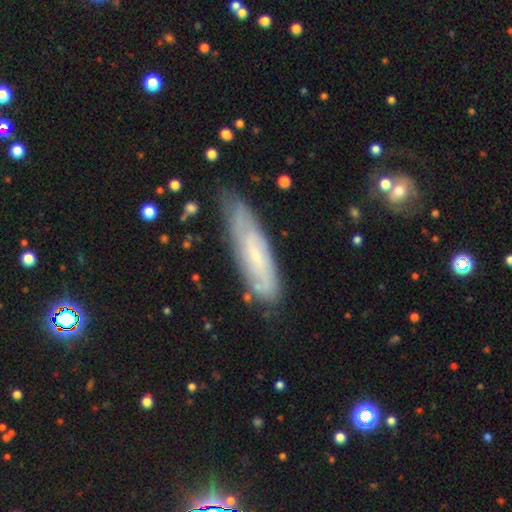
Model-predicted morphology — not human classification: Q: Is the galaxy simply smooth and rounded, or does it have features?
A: featured or disk — 57%.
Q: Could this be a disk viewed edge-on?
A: no — 69%.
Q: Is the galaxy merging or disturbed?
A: none — 73%.